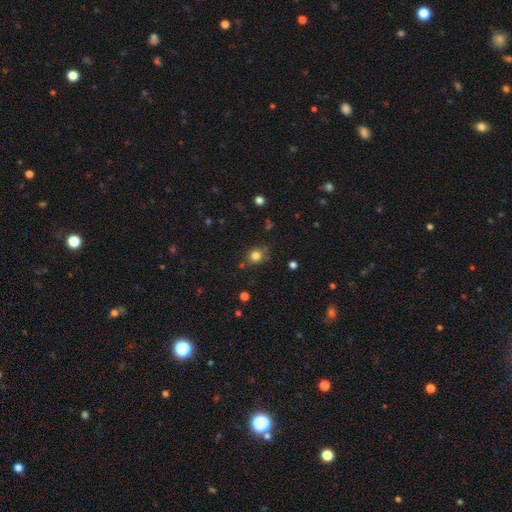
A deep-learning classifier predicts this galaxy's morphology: The model was most divided on "how rounded": round: 70%, in between: 29%, cigar-shaped: 1%. More confident: smooth or featured — smooth (81%); merging — none (68%).